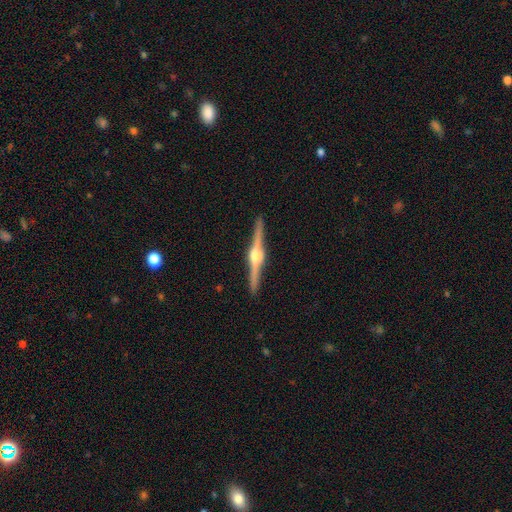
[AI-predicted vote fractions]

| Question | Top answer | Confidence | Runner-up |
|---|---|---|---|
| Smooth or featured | featured or disk | 87% | smooth (8%) |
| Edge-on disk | yes | 99% | no (1%) |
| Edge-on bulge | rounded | 95% | boxy (4%) |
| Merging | none | 92% | minor disturbance (6%) |